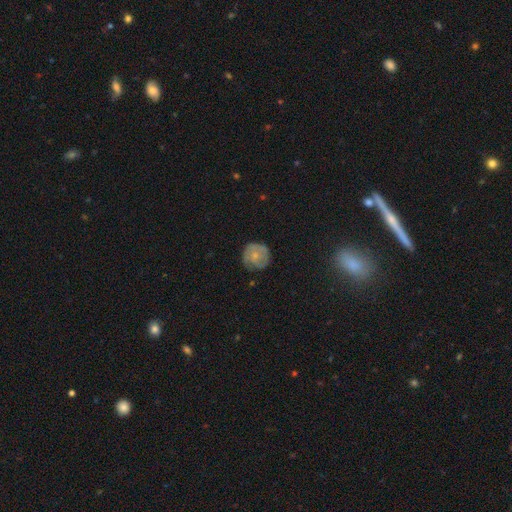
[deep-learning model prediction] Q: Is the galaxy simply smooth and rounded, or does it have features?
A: smooth — 47%.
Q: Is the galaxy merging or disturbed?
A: none — 74%.